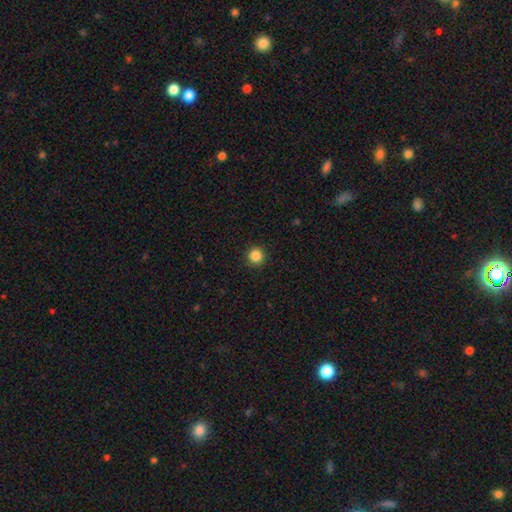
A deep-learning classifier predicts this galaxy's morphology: This appears to be a smooth galaxy with no disk features (86%) that is round (95%). Merging: none (92%).